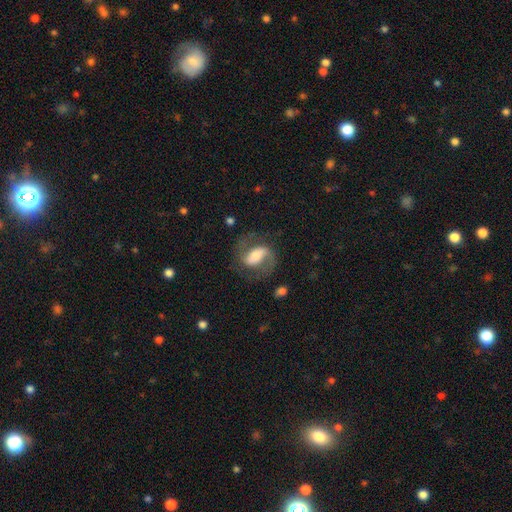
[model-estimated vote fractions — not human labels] This is clearly a featured or disk galaxy (80%). It is clearly not viewed edge-on (97%). Bar: marginally strong (42%). Spiral arm pattern: clearly yes (94%). Spiral arm count: clearly 2 (89%). Spiral winding: possibly medium (53%). Central bulge: marginally moderate (43%). Merging: likely none (69%).